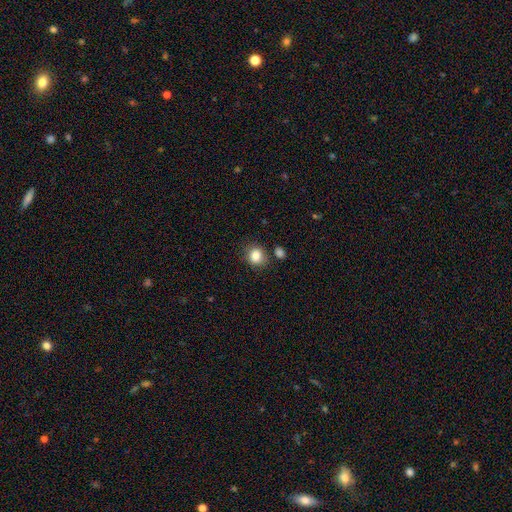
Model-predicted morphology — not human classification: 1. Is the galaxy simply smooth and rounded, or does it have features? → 84% smooth, 10% star or artifact, 6% featured or disk.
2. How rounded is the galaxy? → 76% round, 23% in between, 1% cigar-shaped.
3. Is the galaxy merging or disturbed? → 76% none, 13% minor disturbance, 7% merger, 4% major disturbance.